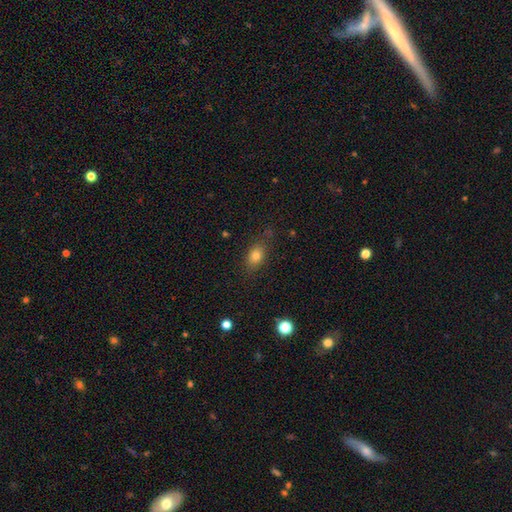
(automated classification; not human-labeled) Overall: smooth (78%). How rounded: in between (75%). Merging: none (79%).